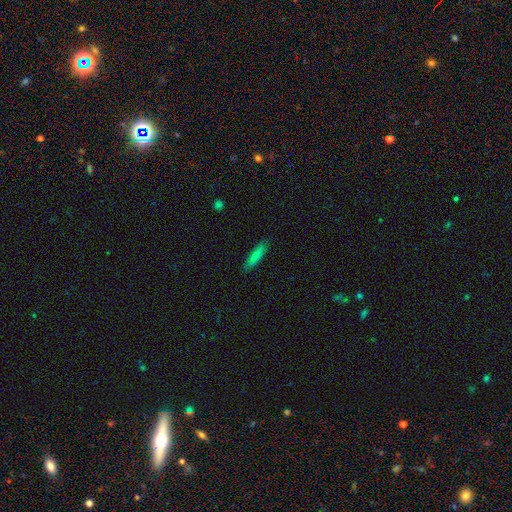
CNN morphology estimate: smooth 78%, featured or disk 16%, star or artifact 7%. Down the decision tree: how rounded — cigar-shaped (77%); merging — none (87%).